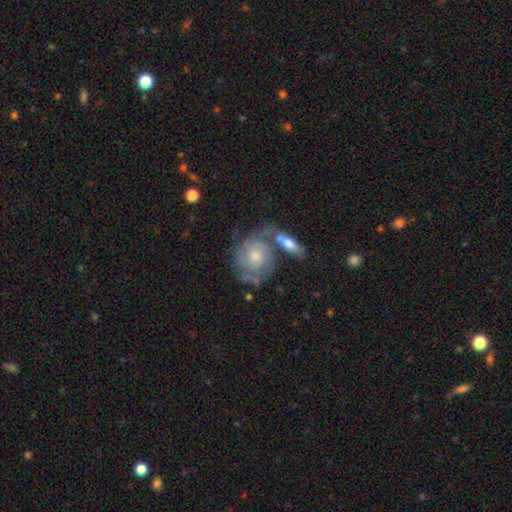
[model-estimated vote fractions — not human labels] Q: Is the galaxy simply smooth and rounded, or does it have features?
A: featured or disk — 69%.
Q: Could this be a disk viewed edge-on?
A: no — 96%.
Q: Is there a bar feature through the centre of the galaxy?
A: no — 82%.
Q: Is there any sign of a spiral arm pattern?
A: yes — 84%.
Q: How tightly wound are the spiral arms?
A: tight — 65%.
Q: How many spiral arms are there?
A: can't tell — 41%.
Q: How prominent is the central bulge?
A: small — 45%, tied with moderate.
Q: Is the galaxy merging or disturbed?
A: none — 49%.